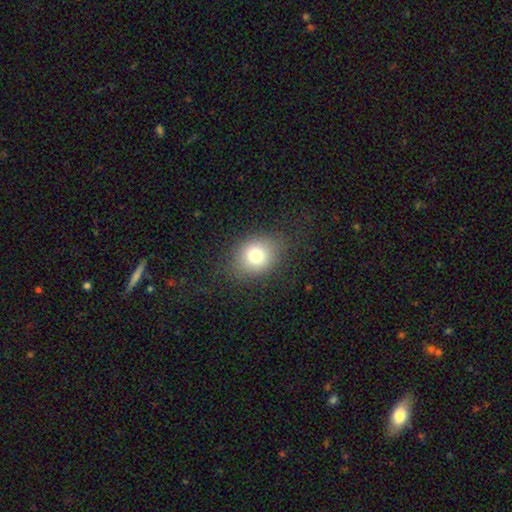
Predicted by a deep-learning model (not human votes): The model was most divided on "how rounded": round: 56%, in between: 43%, cigar-shaped: 1%. More confident: merging — none (80%); smooth or featured — smooth (75%).